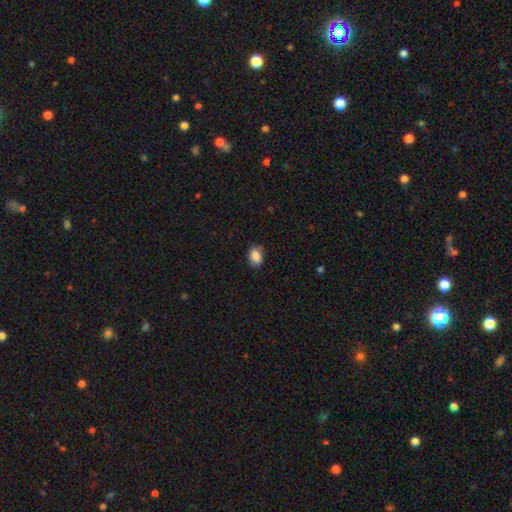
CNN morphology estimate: This appears to be a smooth galaxy with no disk features (86%) that is in between round and cigar-shaped (80%). Merging: none (79%).